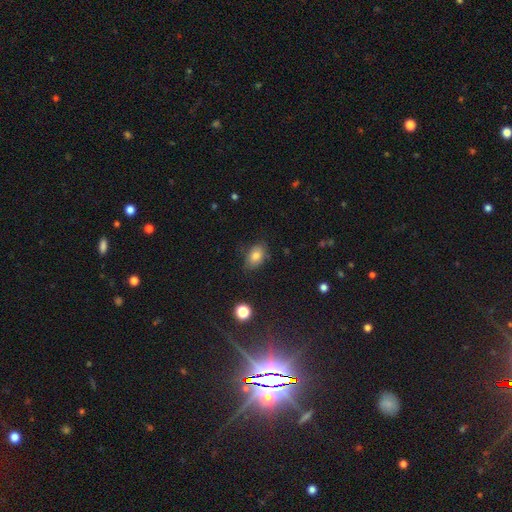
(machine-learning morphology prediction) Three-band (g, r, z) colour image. It shows a smooth galaxy with no disk features (80%) that is in between round and cigar-shaped (83%). Merging: none (75%).